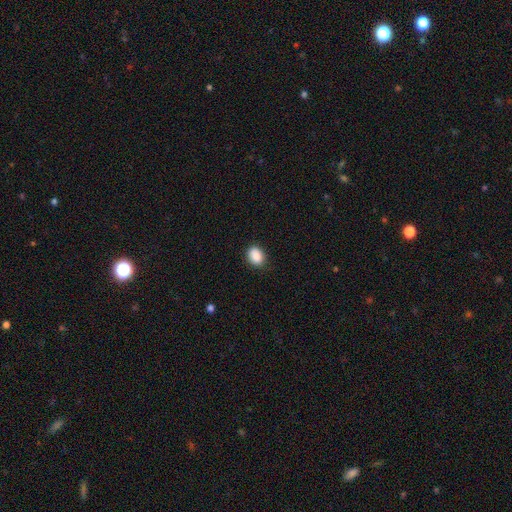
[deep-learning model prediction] Smooth or featured?
  - smooth: 89% *
  - star or artifact: 8%
  - featured or disk: 3%
How rounded?
  - in between: 67% *
  - round: 31%
  - cigar-shaped: 1%
Merging?
  - none: 85% *
  - minor disturbance: 11%
  - major disturbance: 2%
  - merger: 1%